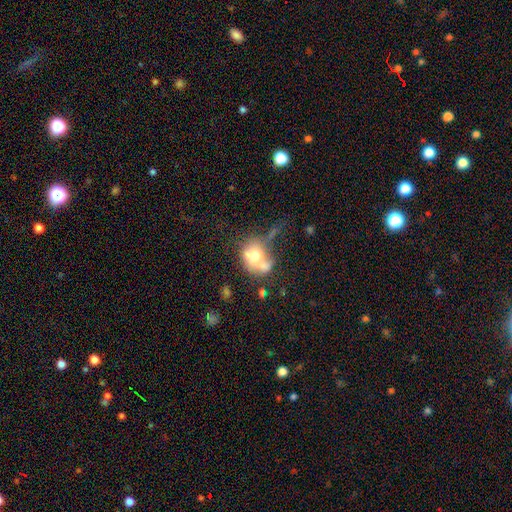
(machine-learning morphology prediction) Smooth or featured: smooth — 52% (featured or disk — 37%)
How rounded: round — 52% (in between — 46%)
Merging: merger — 42% (none — 23%)